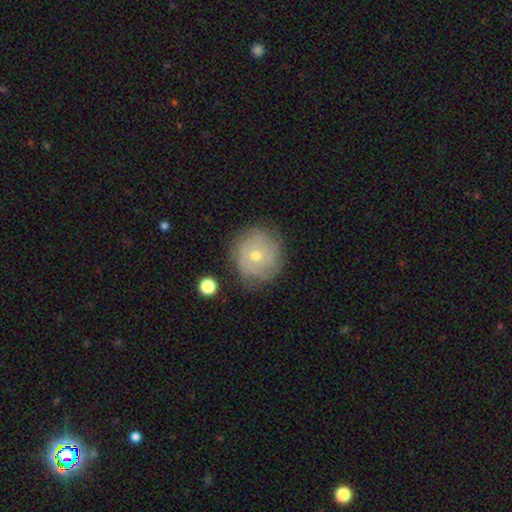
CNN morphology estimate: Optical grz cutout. It shows a featured or disk galaxy (57%) with no bar (86%), spiral arms (75%) and a small central bulge (51%). Merging: none (76%).